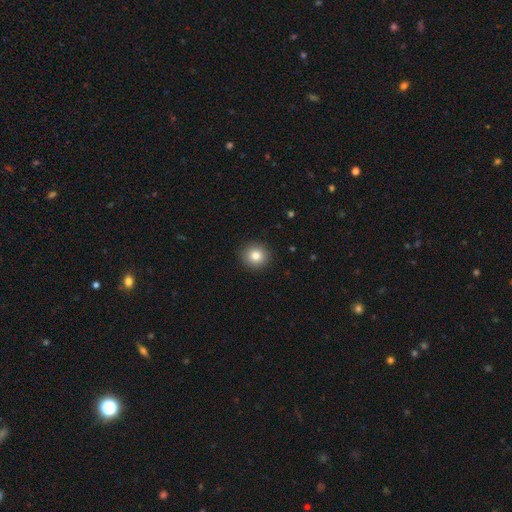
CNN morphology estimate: The model was most divided on "smooth or featured": smooth: 82%, star or artifact: 10%, featured or disk: 7%. More confident: merging — none (92%); how rounded — round (92%).